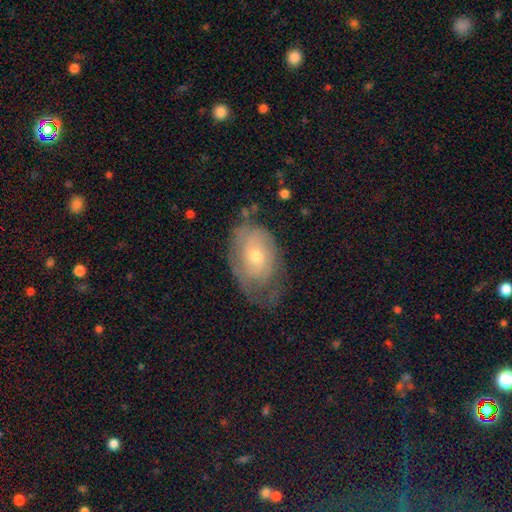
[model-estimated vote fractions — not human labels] Smooth or featured? Predicted: featured or disk (p=0.63). Edge-on disk? Predicted: no (p=0.94). Bar? Predicted: no (p=0.76). Spiral arms? Predicted: yes (p=0.73). Bulge size? Predicted: moderate (p=0.50). Merging? Predicted: none (p=0.50).